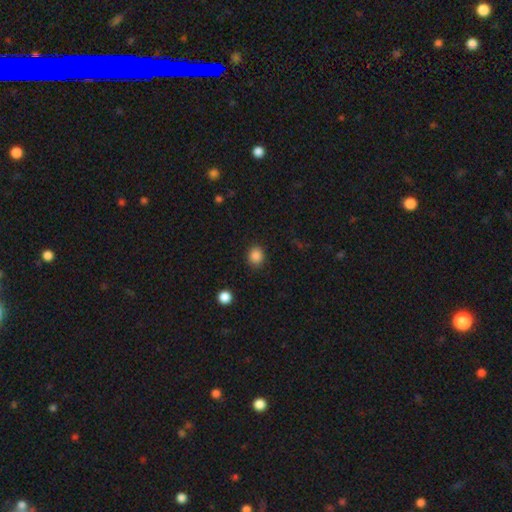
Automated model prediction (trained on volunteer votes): The model was most divided on "how rounded": round: 73%, in between: 26%, cigar-shaped: 1%. More confident: merging — none (89%); smooth or featured — smooth (86%).